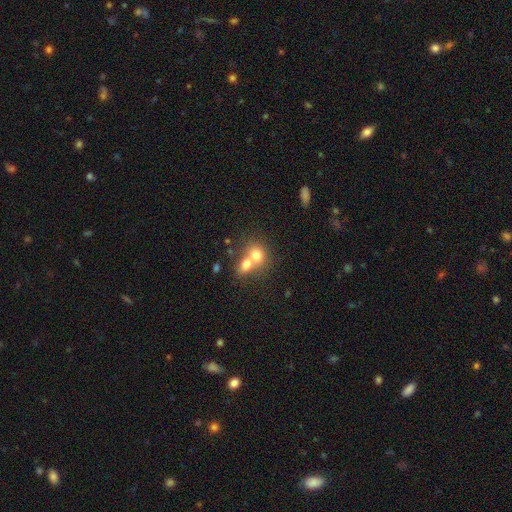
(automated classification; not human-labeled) Smooth or featured?
  - smooth: 72% *
  - featured or disk: 18%
  - star or artifact: 10%
How rounded?
  - round: 59% *
  - in between: 40%
  - cigar-shaped: 1%
Merging?
  - merger: 67% *
  - none: 24%
  - minor disturbance: 5%
  - major disturbance: 3%